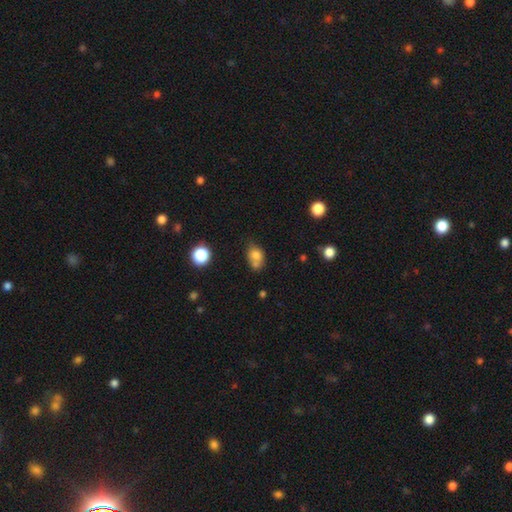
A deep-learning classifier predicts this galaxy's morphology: Smooth or featured? Predicted: smooth (p=0.74). How rounded? Predicted: in between (p=0.53). Merging? Predicted: merger (p=0.40).